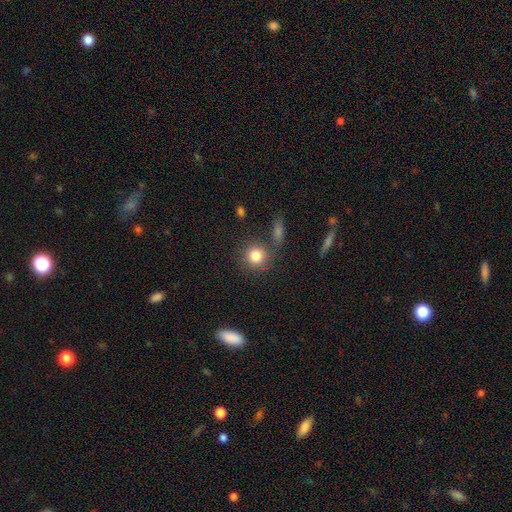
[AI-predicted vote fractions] Morphology: type=smooth (82%); roundness=round (88%); merging=none (75%).